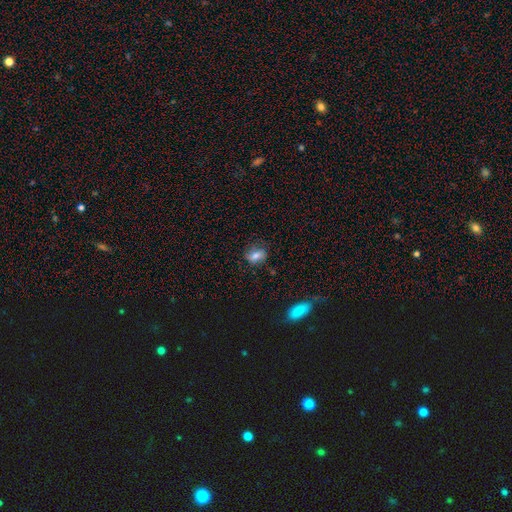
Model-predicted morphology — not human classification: smooth_or_featured: smooth (p=0.72) [alt: featured or disk p=0.18]
how_rounded: in between (p=0.65) [alt: round p=0.32]
merging: none (p=0.72) [alt: minor disturbance p=0.20]